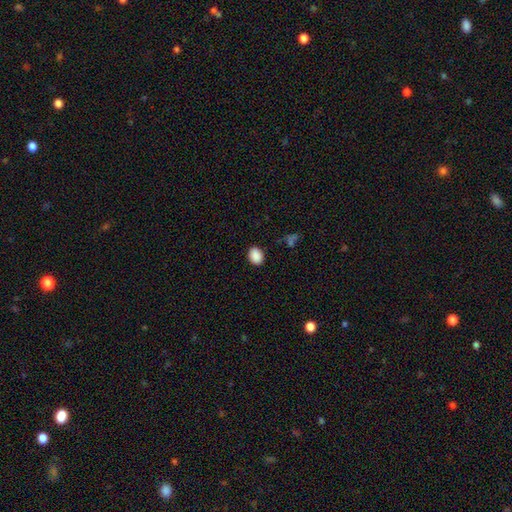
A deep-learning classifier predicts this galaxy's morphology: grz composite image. It shows a smooth galaxy with no disk features (89%) that is in between round and cigar-shaped (63%). Merging: none (88%).